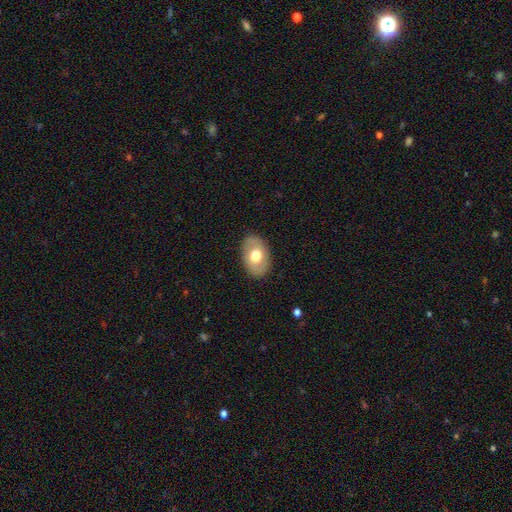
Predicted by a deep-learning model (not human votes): Morphology: type=smooth (63%); roundness=in between (84%); merging=none (86%).